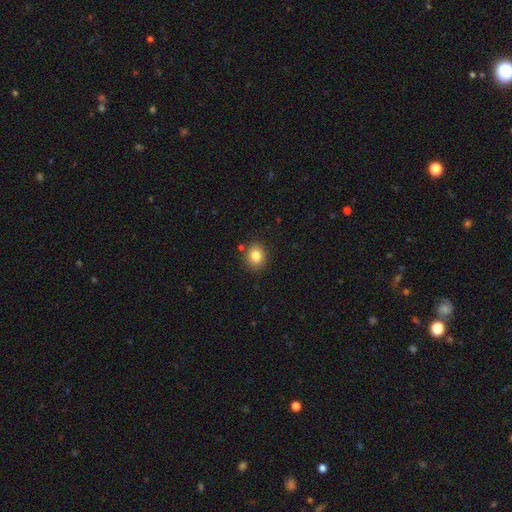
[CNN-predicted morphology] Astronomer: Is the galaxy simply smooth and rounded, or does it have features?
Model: smooth — 83%.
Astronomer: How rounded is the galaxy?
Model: round — 73%.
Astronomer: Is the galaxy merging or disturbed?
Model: none — 86%.